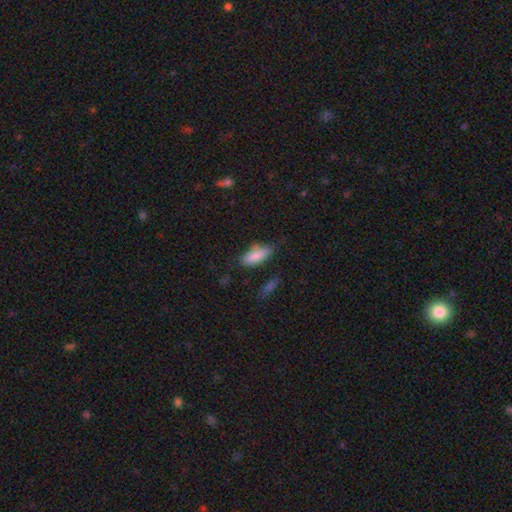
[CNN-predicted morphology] This appears to be a smooth galaxy with no disk features (84%) that is in between round and cigar-shaped (80%). Merging: none (64%).